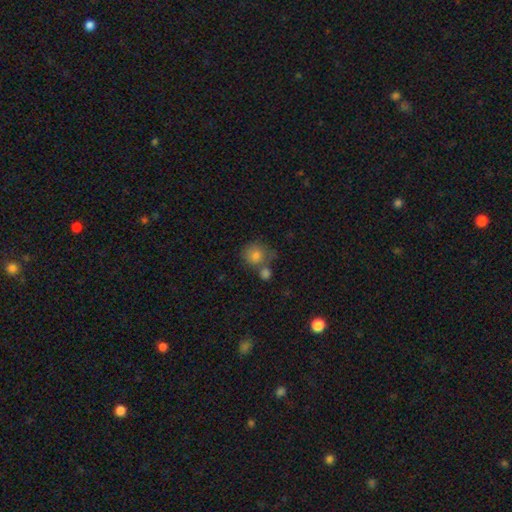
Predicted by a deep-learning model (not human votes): Q: Smooth or featured?
A: smooth (80%); runner-up: star or artifact (10%)
Q: How rounded?
A: round (84%); runner-up: in between (15%)
Q: Merging?
A: none (52%); runner-up: merger (30%)